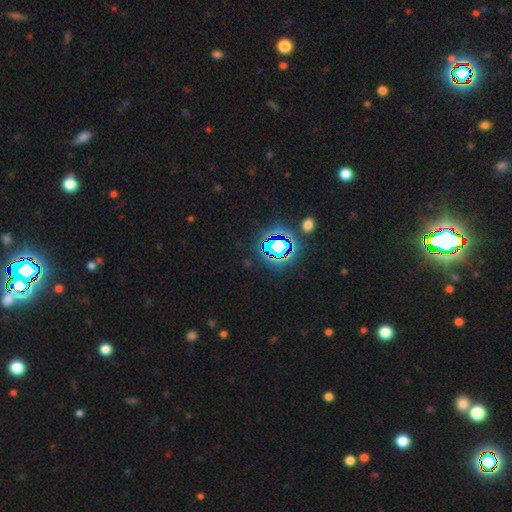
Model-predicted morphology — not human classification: The model was most divided on "smooth or featured": star or artifact: 84%, smooth: 10%, featured or disk: 7%.